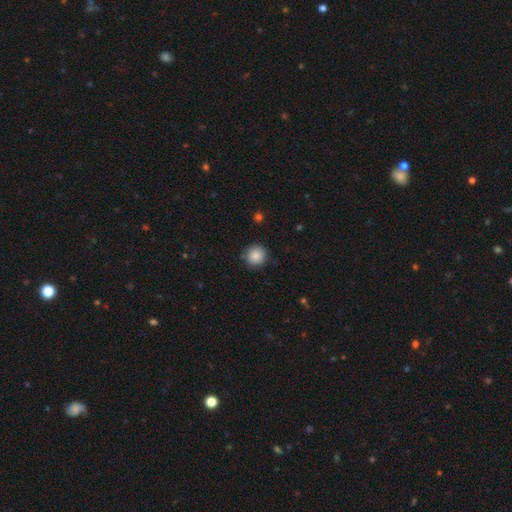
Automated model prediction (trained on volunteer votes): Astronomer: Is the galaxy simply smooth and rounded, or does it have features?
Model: smooth — 87%.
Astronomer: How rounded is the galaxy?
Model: round — 94%.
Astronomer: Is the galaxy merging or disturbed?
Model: none — 88%.